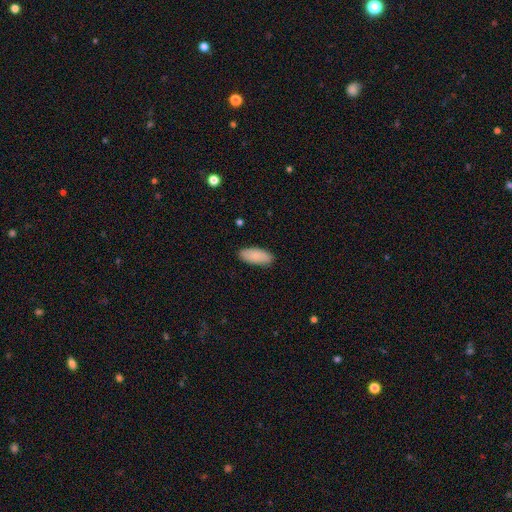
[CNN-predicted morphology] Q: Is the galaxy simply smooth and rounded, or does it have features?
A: smooth — 86%.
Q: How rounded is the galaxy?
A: in between — 87%.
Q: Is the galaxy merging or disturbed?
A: none — 86%.